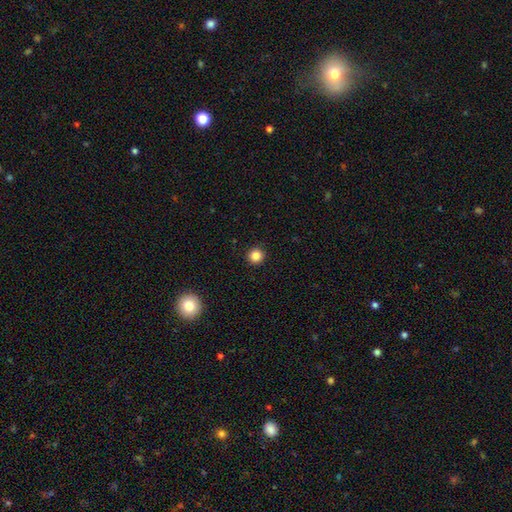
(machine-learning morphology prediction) Smooth or featured? Predicted: smooth (p=0.85). How rounded? Predicted: round (p=0.95). Merging? Predicted: none (p=0.93).